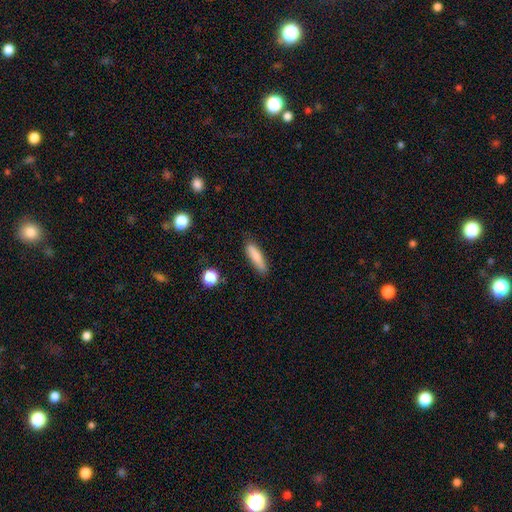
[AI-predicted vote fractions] This appears to be a smooth galaxy with no disk features (80%) that is cigar-shaped (71%). Merging: none (81%).